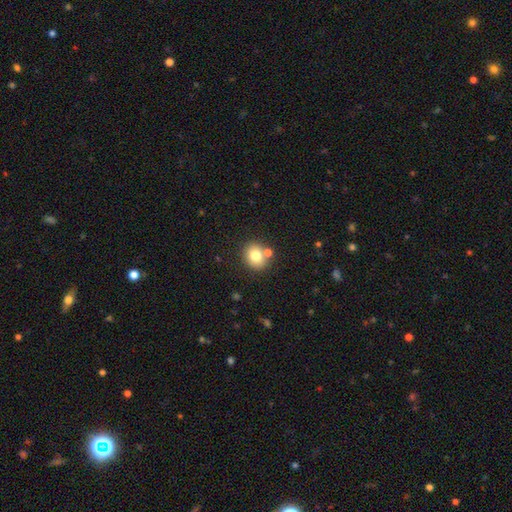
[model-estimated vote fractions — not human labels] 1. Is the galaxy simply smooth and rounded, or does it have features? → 77% smooth, 12% featured or disk, 11% star or artifact.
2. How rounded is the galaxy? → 79% round, 20% in between, 1% cigar-shaped.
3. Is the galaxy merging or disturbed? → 72% none, 16% merger, 9% minor disturbance, 3% major disturbance.